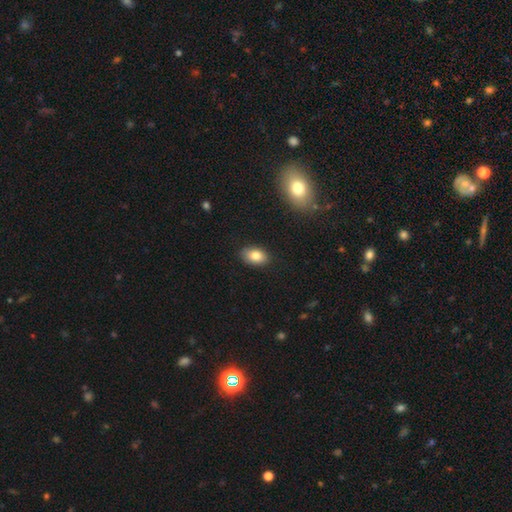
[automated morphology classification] This appears to be a smooth galaxy with no disk features (82%) that is in between round and cigar-shaped (88%). Merging: none (87%).